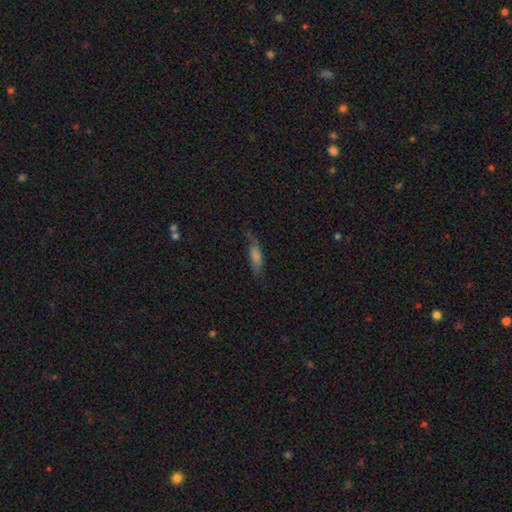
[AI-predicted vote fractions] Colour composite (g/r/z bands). It shows a smooth galaxy with no disk features (50%). Merging: none (59%).